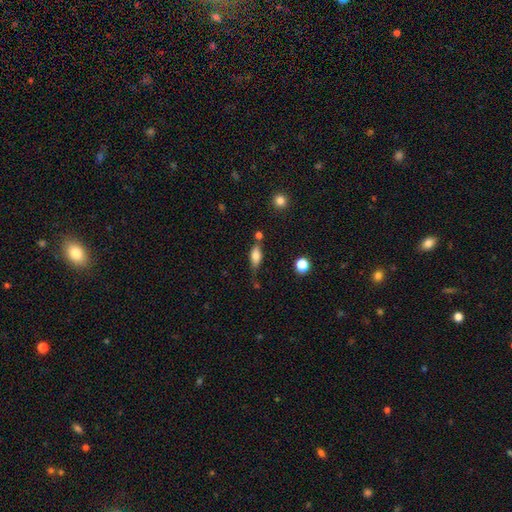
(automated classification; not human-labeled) Overall: smooth (72%). How rounded: in between (75%). Merging: none (56%; minor disturbance 23%).